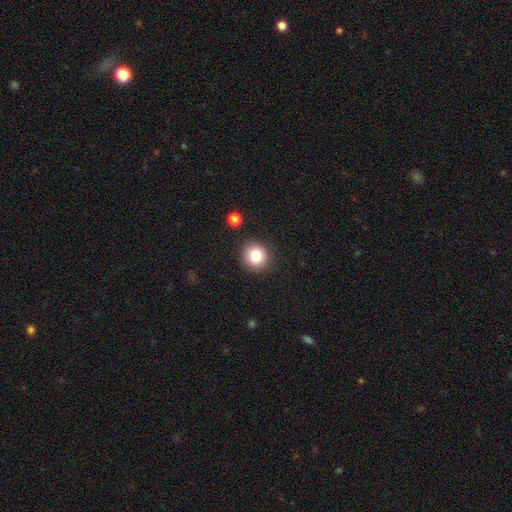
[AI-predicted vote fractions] Q: Smooth or featured?
A: smooth (81%); runner-up: star or artifact (11%)
Q: How rounded?
A: round (88%); runner-up: in between (11%)
Q: Merging?
A: none (89%); runner-up: minor disturbance (7%)